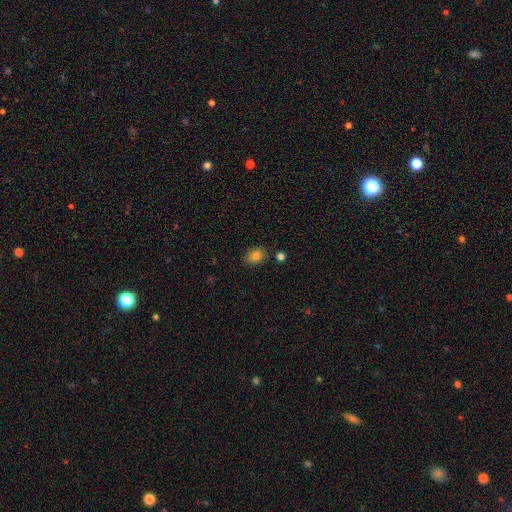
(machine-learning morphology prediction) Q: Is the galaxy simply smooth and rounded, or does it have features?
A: smooth — 83%.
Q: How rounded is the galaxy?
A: in between — 65%.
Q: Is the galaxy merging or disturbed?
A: none — 81%.